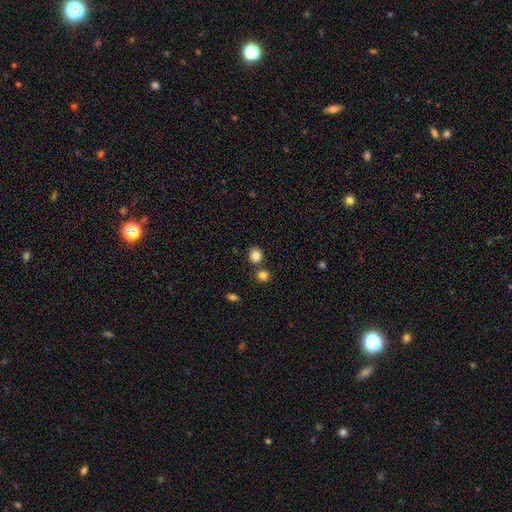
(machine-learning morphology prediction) A smooth galaxy with no disk features (85%) that is round (81%). Merging: none (75%).